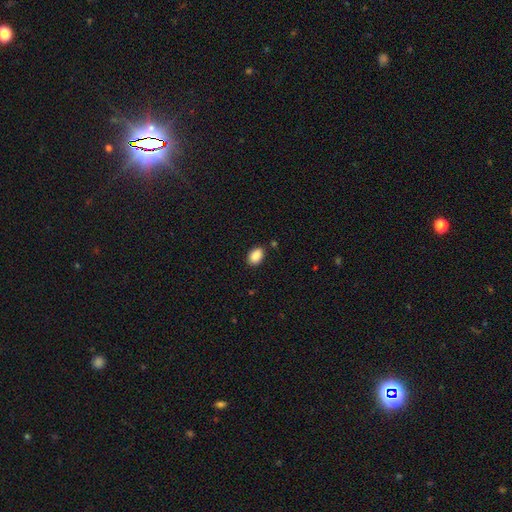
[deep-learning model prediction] Smooth or featured? Predicted: smooth (p=0.89). How rounded? Predicted: in between (p=0.86). Merging? Predicted: none (p=0.84).